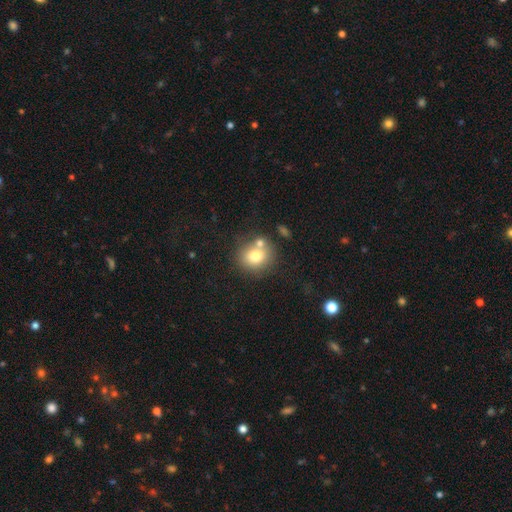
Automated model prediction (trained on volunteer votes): smooth_or_featured: smooth (p=0.72) [alt: featured or disk p=0.16]
how_rounded: round (p=0.79) [alt: in between p=0.20]
merging: none (p=0.60) [alt: merger p=0.24]